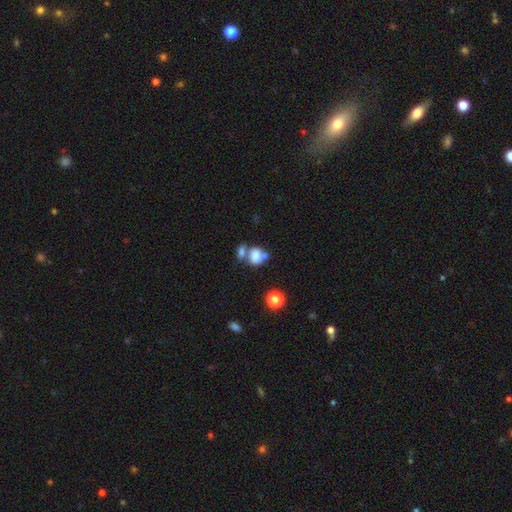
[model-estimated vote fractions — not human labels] A smooth galaxy with no disk features (75%) that is in between round and cigar-shaped (58%).

Vote fractions:
- Smooth or featured? smooth: 75% / featured or disk: 14% / star or artifact: 10%
- How rounded? in between: 58% / round: 40% / cigar-shaped: 2%
- Merging? merger: 53% / none: 28% / minor disturbance: 12% / major disturbance: 8%